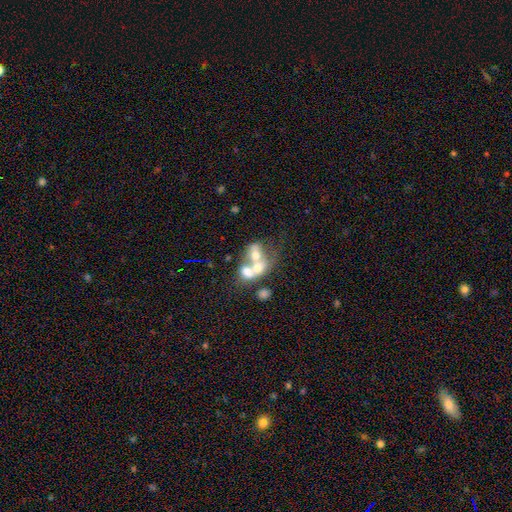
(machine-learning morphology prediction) Smooth or featured: smooth — 48% (featured or disk — 39%)
Merging: merger — 69% (none — 16%)